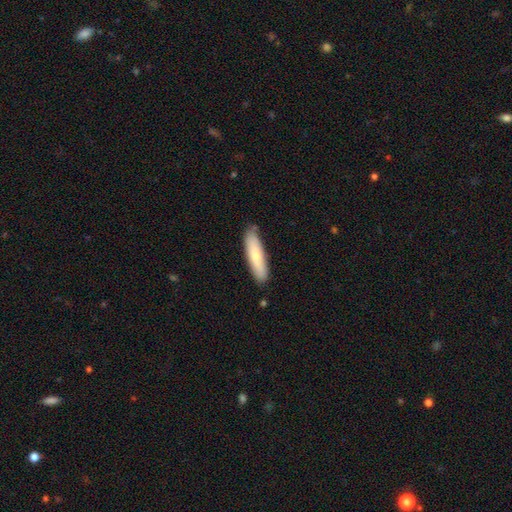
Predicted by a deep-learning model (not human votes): Smooth or featured? Predicted: smooth (p=0.68). How rounded? Predicted: cigar-shaped (p=0.72). Merging? Predicted: none (p=0.83).